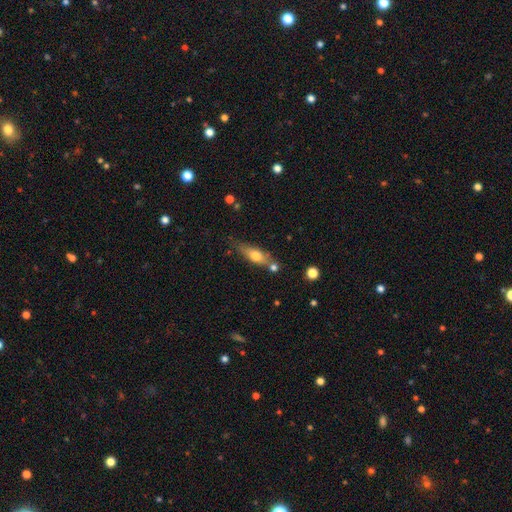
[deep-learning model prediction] Overall: smooth (61%; featured or disk 32%). How rounded: in between (50%; cigar-shaped 46%). Merging: none (61%).